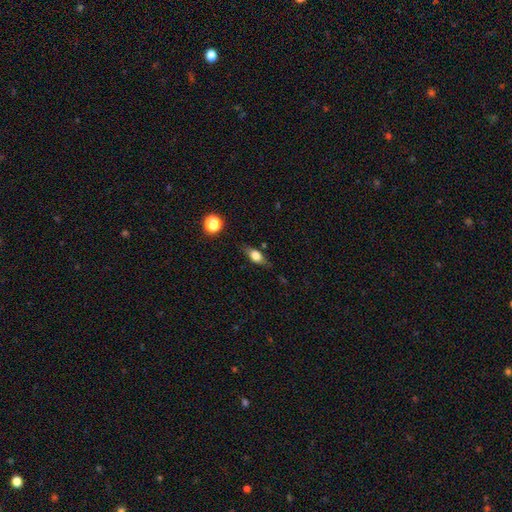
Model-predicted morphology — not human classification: Overall: smooth (67%). How rounded: in between (72%). Merging: none (74%).